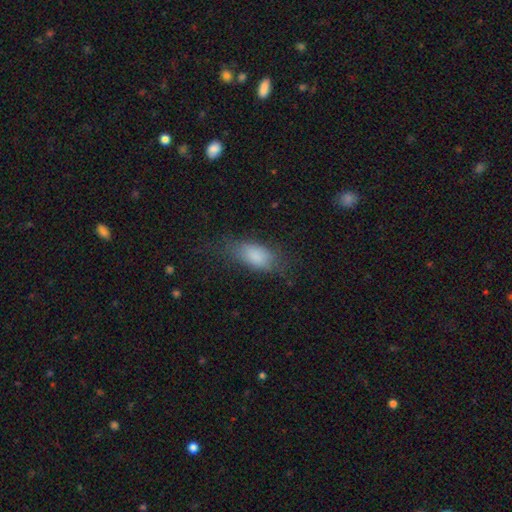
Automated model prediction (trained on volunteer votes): Overall: smooth (82%). How rounded: in between (86%). Merging: none (56%; minor disturbance 27%).